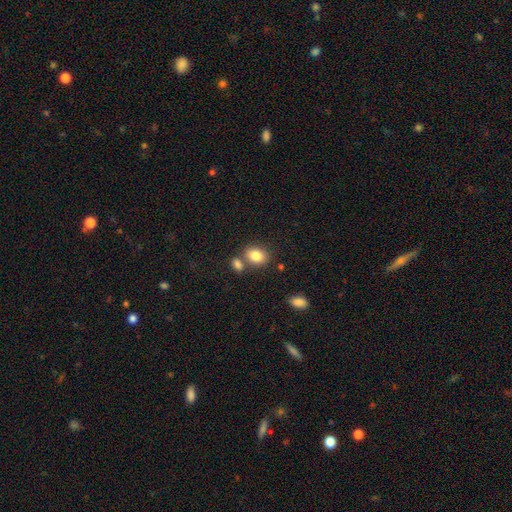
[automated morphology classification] Overall: smooth (83%). How rounded: in between (67%; round 32%). Merging: none (58%; merger 27%).